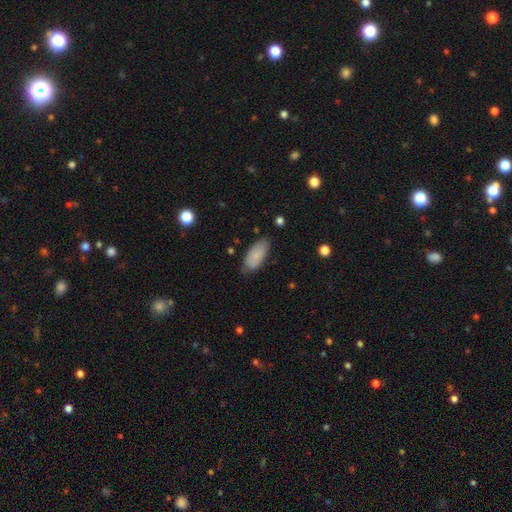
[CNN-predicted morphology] Smooth or featured?
  - smooth: 85% *
  - featured or disk: 8%
  - star or artifact: 6%
How rounded?
  - in between: 90% *
  - cigar-shaped: 8%
  - round: 2%
Merging?
  - none: 75% *
  - minor disturbance: 20%
  - major disturbance: 4%
  - merger: 2%